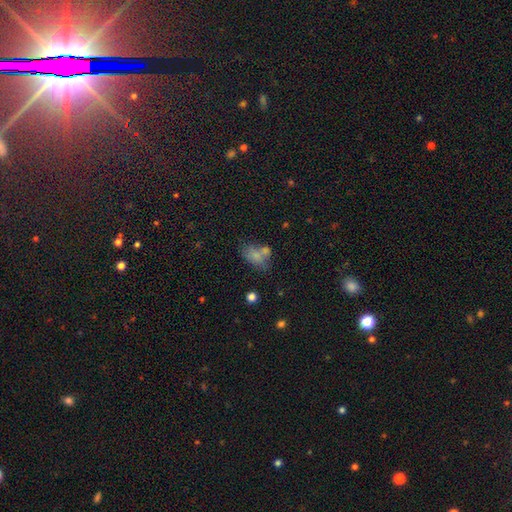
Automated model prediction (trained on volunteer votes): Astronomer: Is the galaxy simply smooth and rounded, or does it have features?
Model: smooth — 73%.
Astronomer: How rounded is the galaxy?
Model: in between — 84%.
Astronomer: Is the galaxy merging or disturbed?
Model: none — 36% (runner-up: merger, 35%).